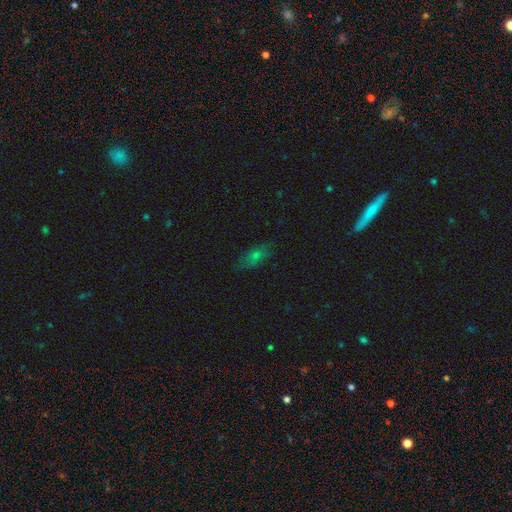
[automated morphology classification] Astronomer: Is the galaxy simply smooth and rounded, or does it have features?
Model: smooth — 53%.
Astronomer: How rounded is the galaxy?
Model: in between — 70%.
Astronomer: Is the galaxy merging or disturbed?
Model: none — 77%.